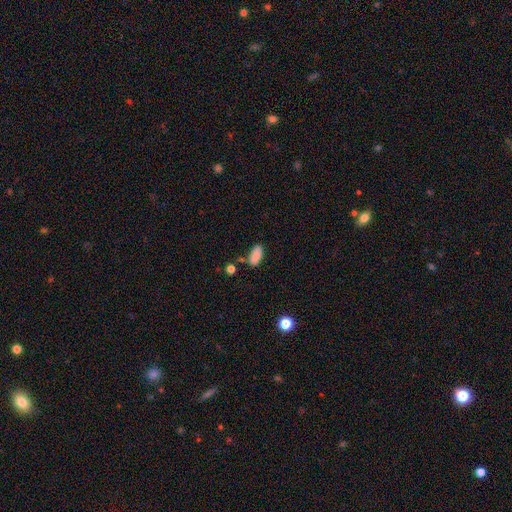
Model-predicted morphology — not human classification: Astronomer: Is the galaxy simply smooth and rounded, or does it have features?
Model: smooth — 85%.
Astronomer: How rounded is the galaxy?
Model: in between — 88%.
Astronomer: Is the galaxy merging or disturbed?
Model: none — 64%.